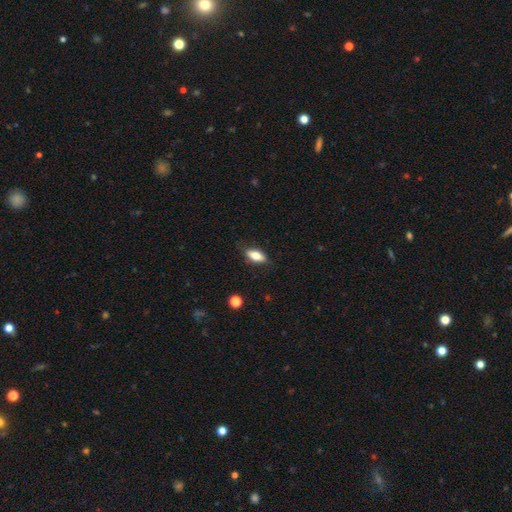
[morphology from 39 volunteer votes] smooth 77%, featured or disk 21%, star or artifact 3%. Down the decision tree: how rounded — in between (77%); merging — none (79%).